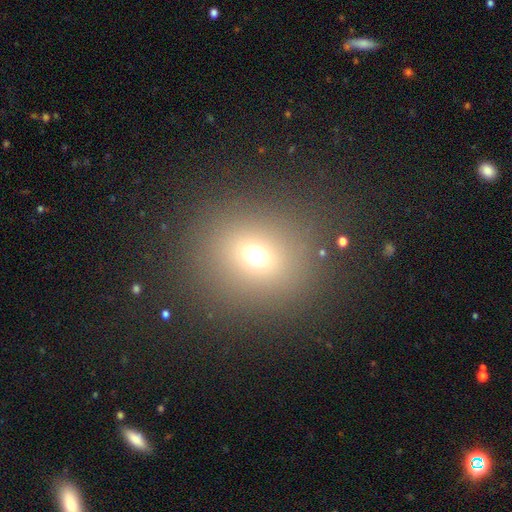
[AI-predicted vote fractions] Morphology: type=smooth (66%); roundness=round (76%); merging=none (84%).